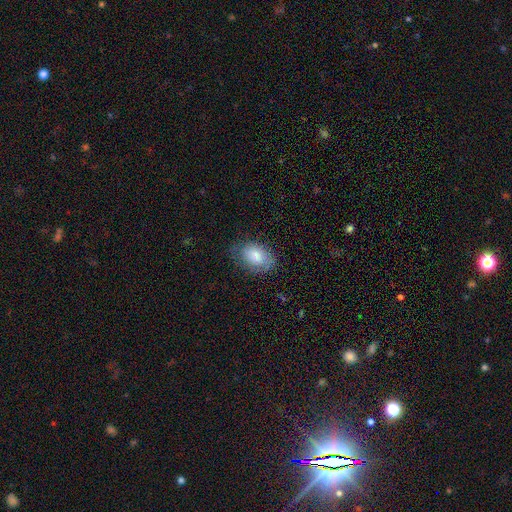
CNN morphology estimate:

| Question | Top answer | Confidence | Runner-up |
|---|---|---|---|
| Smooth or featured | smooth | 74% | featured or disk (19%) |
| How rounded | in between | 88% | round (10%) |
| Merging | none | 67% | minor disturbance (24%) |